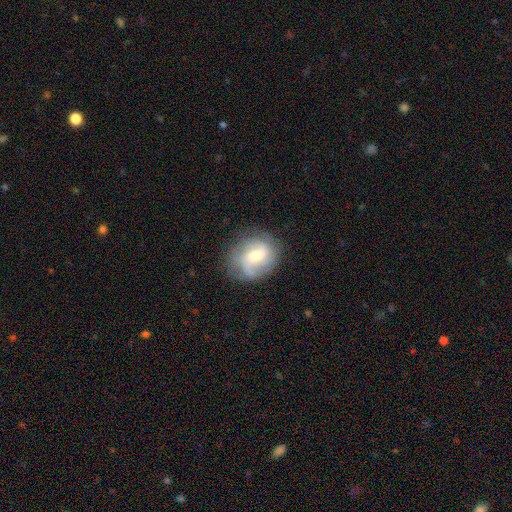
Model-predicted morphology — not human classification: Smooth or featured? featured or disk (73%)
Edge-on disk? no (97%)
Bar? weak (49%)
Spiral arms? yes (93%)
Spiral winding? medium (46%)
Spiral arm count? 2 (44%)
Bulge size? moderate (54%)
Merging? none (73%)